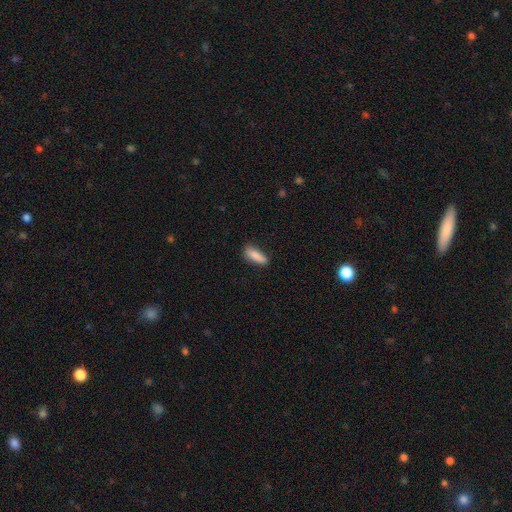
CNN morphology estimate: This appears to be a smooth galaxy with no disk features (87%) that is in between round and cigar-shaped (57%). Merging: none (77%).